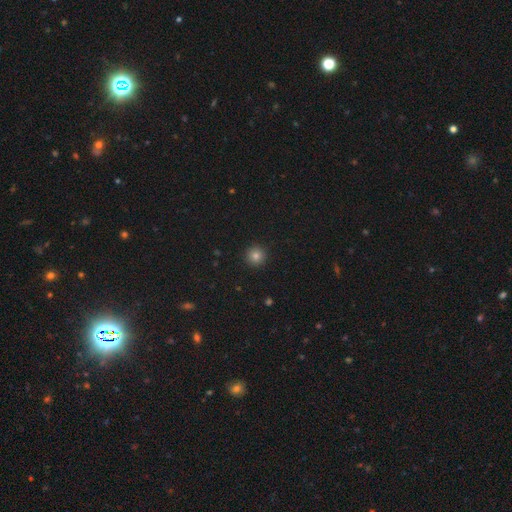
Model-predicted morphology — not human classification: type=smooth (82%); roundness=round (95%); merging=none (93%).